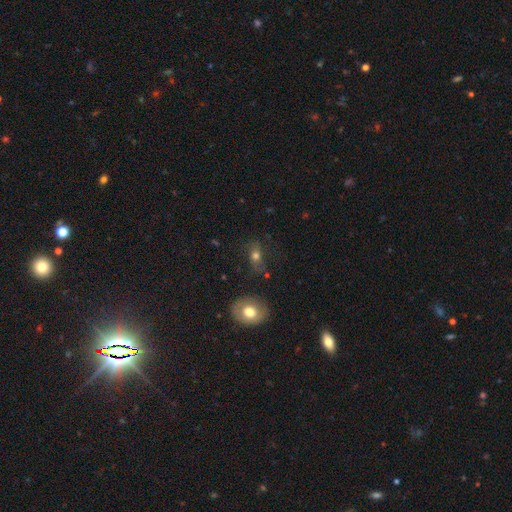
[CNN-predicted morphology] A smooth galaxy with no disk features (58%) that is in between round and cigar-shaped (63%). Merging: none (66%).